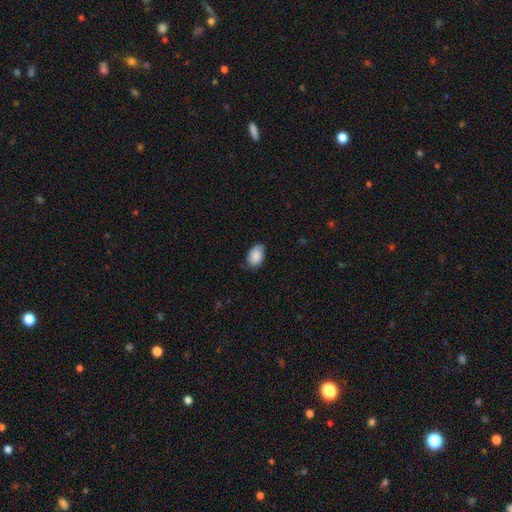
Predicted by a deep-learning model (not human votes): Q: Smooth or featured?
A: smooth (88%); runner-up: star or artifact (7%)
Q: How rounded?
A: in between (88%); runner-up: round (11%)
Q: Merging?
A: none (74%); runner-up: minor disturbance (22%)